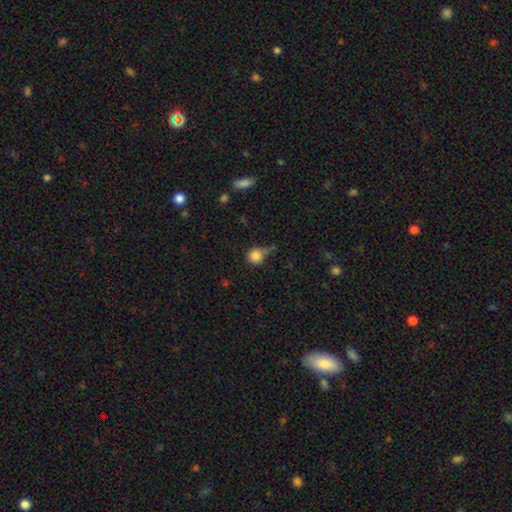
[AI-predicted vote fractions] Smooth or featured? Predicted: smooth (p=0.83). How rounded? Predicted: round (p=0.89). Merging? Predicted: none (p=0.51).